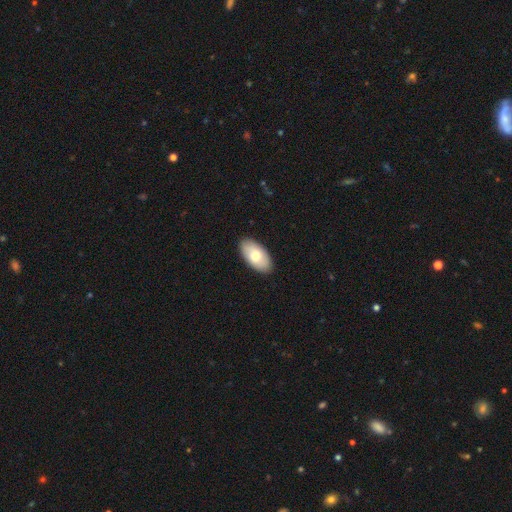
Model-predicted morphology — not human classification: Smooth or featured? smooth (73%)
How rounded? in between (95%)
Merging? none (90%)